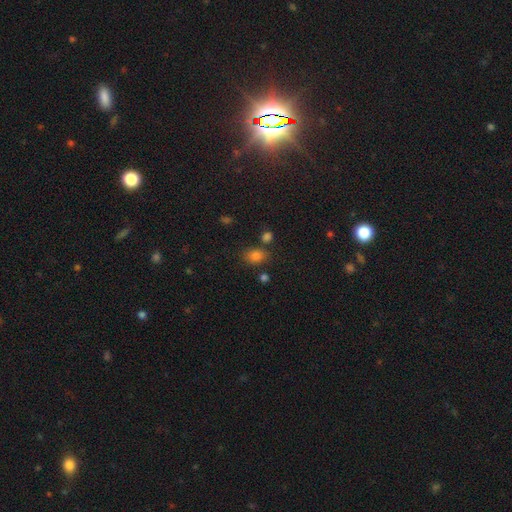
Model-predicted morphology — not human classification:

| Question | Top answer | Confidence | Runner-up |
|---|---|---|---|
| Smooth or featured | smooth | 79% | star or artifact (15%) |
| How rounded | in between | 68% | round (30%) |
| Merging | none | 70% | minor disturbance (14%) |